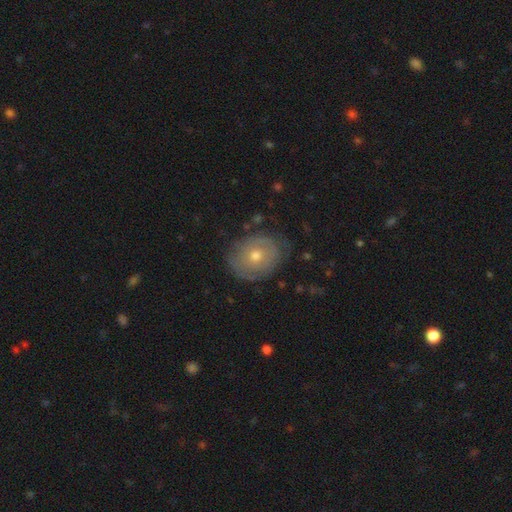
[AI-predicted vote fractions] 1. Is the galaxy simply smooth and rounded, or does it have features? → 47% smooth, 44% featured or disk, 9% star or artifact.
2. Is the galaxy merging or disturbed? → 77% none, 17% minor disturbance, 5% major disturbance, 1% merger.